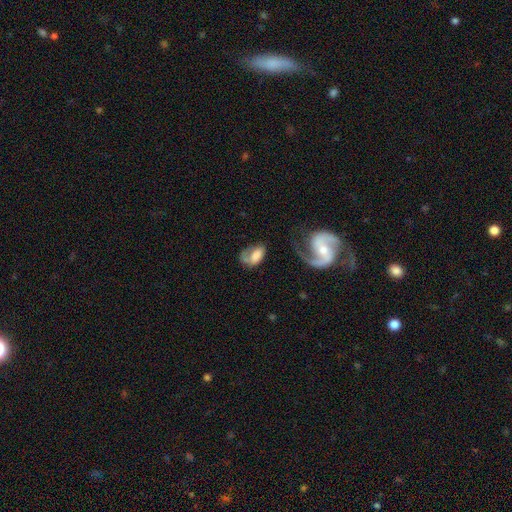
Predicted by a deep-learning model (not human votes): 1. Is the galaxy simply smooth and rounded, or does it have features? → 56% smooth, 37% featured or disk, 8% star or artifact.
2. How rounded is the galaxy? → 89% in between, 8% round, 2% cigar-shaped.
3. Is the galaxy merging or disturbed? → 35% none, 32% major disturbance, 23% minor disturbance, 10% merger.